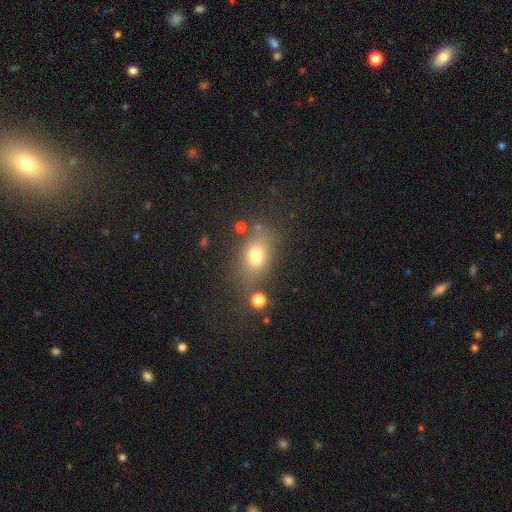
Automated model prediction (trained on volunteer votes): This appears to be a smooth galaxy with no disk features (73%) that is in between round and cigar-shaped (74%). Merging: none (66%).